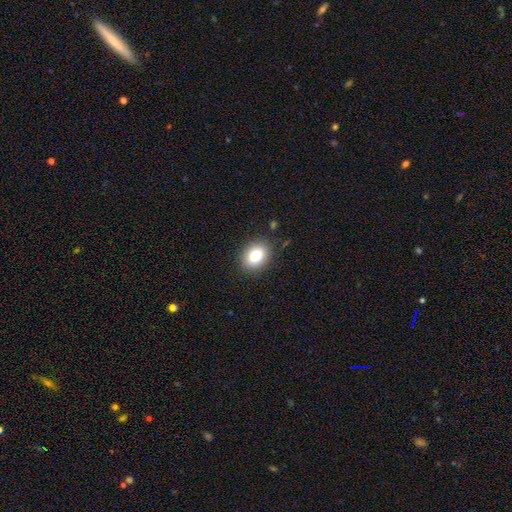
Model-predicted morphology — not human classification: Q: Smooth or featured?
A: smooth (81%); runner-up: star or artifact (10%)
Q: How rounded?
A: in between (63%); runner-up: round (36%)
Q: Merging?
A: none (88%); runner-up: minor disturbance (8%)